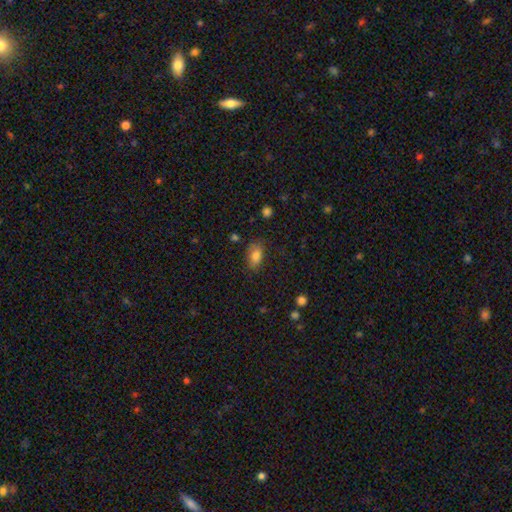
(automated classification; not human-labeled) Smooth or featured?
  - smooth: 82% *
  - featured or disk: 9%
  - star or artifact: 9%
How rounded?
  - in between: 89% *
  - round: 8%
  - cigar-shaped: 3%
Merging?
  - none: 75% *
  - minor disturbance: 18%
  - major disturbance: 5%
  - merger: 2%